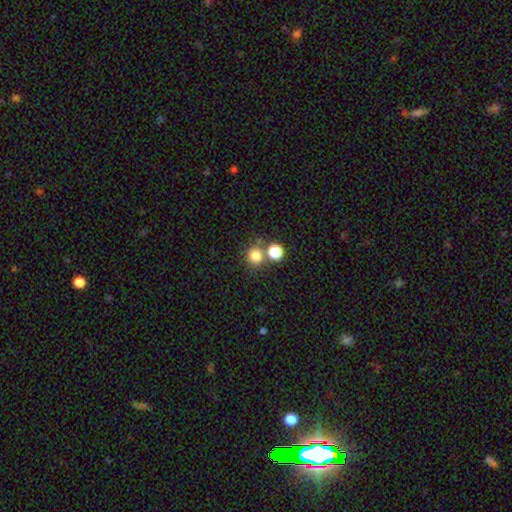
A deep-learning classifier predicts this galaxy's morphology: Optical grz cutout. It shows a smooth galaxy with no disk features (78%) that is round (91%). Merging: none (69%).